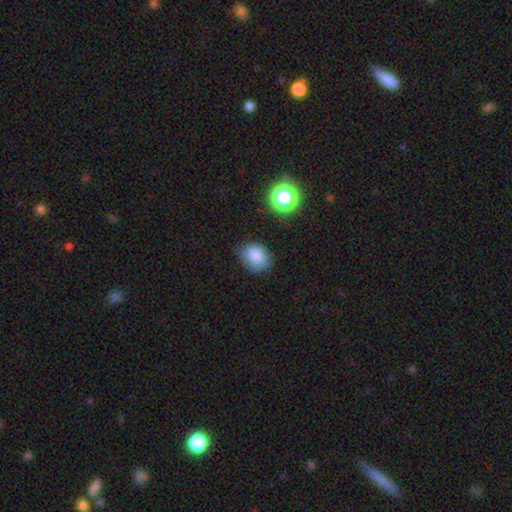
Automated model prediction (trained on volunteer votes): The model was most divided on "how rounded": in between: 53%, round: 46%, cigar-shaped: 1%. More confident: smooth or featured — smooth (83%); merging — none (71%).